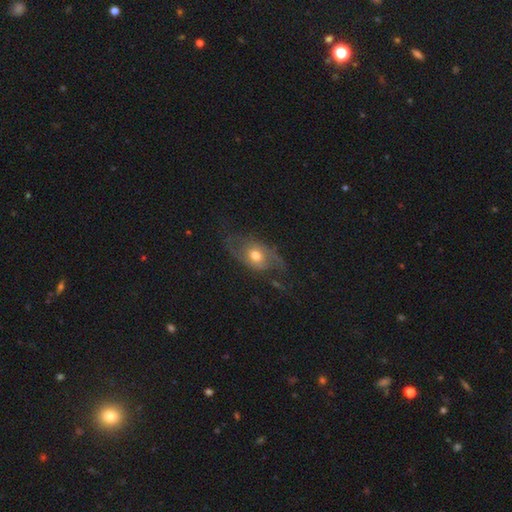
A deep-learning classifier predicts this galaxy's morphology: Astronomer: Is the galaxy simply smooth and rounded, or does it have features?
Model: featured or disk — 62%.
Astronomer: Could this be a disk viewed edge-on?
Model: no — 91%.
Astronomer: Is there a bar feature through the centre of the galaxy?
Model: no — 73%.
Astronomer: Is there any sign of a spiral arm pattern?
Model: yes — 72%.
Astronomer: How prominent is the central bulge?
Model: moderate — 73%.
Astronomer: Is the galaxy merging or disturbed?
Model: none — 53%.